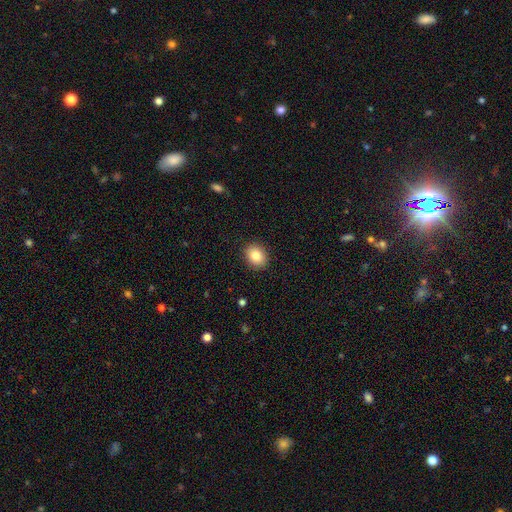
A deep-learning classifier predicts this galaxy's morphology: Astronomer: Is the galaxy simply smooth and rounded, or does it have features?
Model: smooth — 85%.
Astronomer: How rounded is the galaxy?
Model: round — 51% (runner-up: in between, 48%).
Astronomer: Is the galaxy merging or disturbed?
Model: none — 90%.